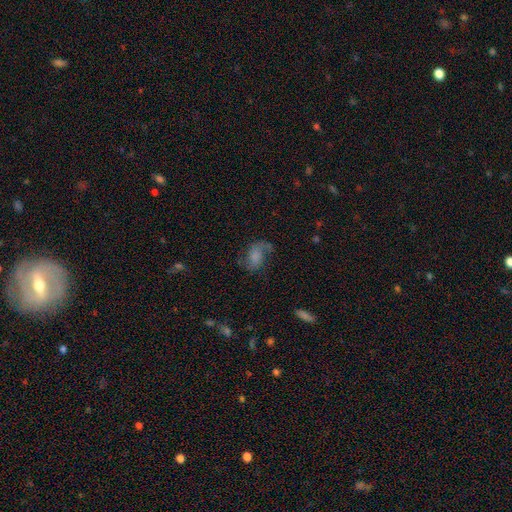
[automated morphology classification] Q: Smooth or featured?
A: featured or disk (52%); runner-up: smooth (37%)
Q: Edge-on disk?
A: no (97%); runner-up: yes (3%)
Q: Bar?
A: no (63%); runner-up: weak (30%)
Q: Spiral arms?
A: yes (86%); runner-up: no (14%)
Q: Bulge size?
A: none (35%); runner-up: small (25%)
Q: Merging?
A: none (49%); runner-up: major disturbance (24%)